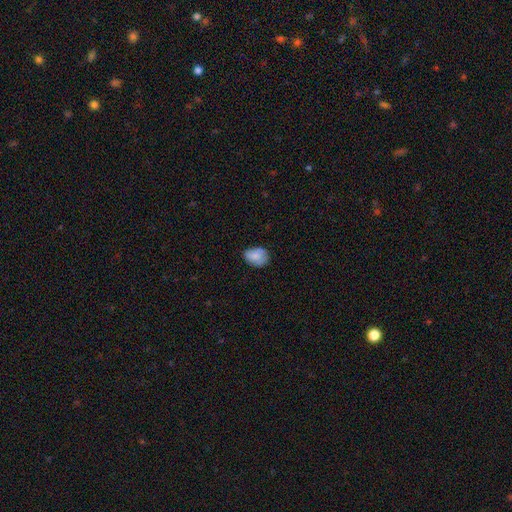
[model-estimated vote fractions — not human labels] smooth 77%, featured or disk 15%, star or artifact 8%. Down the decision tree: how rounded — in between (71%); merging — none (61%).